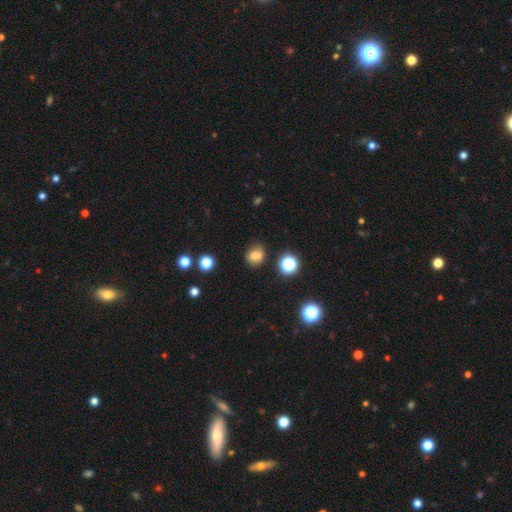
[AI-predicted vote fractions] smooth_or_featured: smooth (p=0.78) [alt: star or artifact p=0.14]
how_rounded: round (p=0.57) [alt: in between p=0.42]
merging: none (p=0.79) [alt: minor disturbance p=0.14]